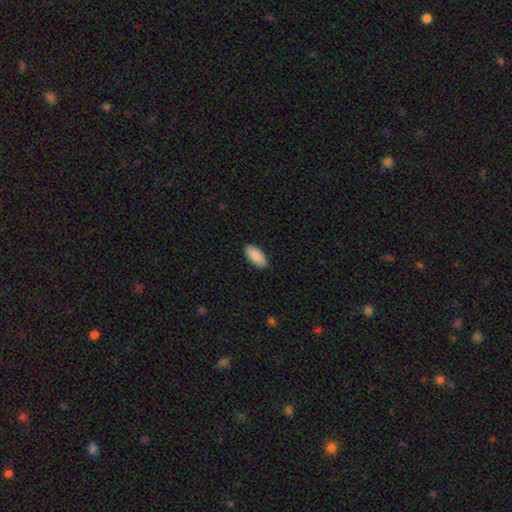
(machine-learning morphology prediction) Overall: smooth (91%). How rounded: in between (91%). Merging: none (89%).